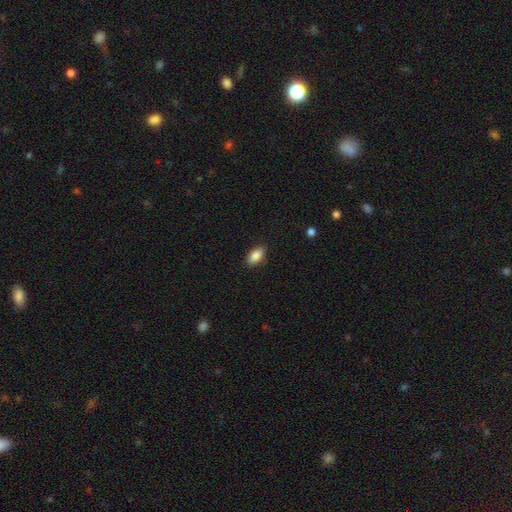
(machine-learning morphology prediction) Smooth or featured: smooth — 86% (star or artifact — 7%)
How rounded: in between — 90% (cigar-shaped — 6%)
Merging: none — 88% (minor disturbance — 9%)